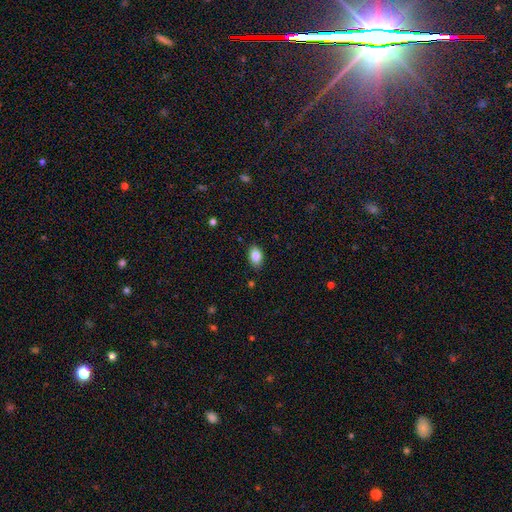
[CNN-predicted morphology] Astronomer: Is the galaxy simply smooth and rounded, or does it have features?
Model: smooth — 83%.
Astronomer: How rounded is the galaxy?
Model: in between — 88%.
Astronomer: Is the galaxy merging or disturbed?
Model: none — 87%.